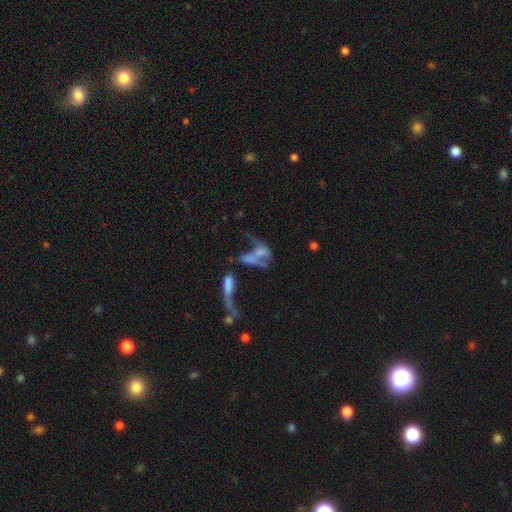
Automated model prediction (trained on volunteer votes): The model was most divided on "smooth or featured": featured or disk: 50%, smooth: 34%, star or artifact: 16%. More confident: edge-on disk — no (88%); merging — merger (55%).